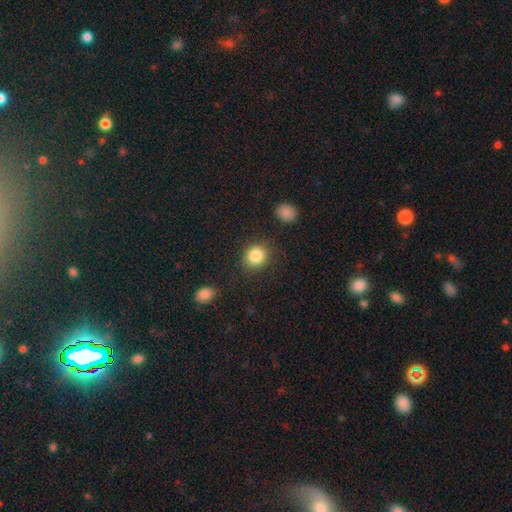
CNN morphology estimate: Q: Smooth or featured?
A: smooth (86%); runner-up: star or artifact (9%)
Q: How rounded?
A: round (77%); runner-up: in between (22%)
Q: Merging?
A: none (82%); runner-up: minor disturbance (11%)